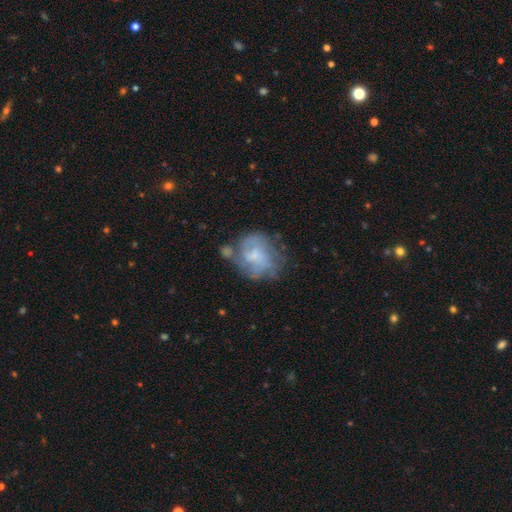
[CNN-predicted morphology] Smooth or featured?
  - featured or disk: 66% *
  - smooth: 25%
  - star or artifact: 9%
Edge-on disk?
  - no: 98% *
  - yes: 2%
Bar?
  - no: 59% *
  - weak: 36%
  - strong: 5%
Spiral arms?
  - yes: 71% *
  - no: 29%
Bulge size?
  - small: 41% *
  - moderate: 28%
  - none: 25%
  - large: 4%
  - dominant: 1%
Merging?
  - none: 48% *
  - minor disturbance: 23%
  - major disturbance: 19%
  - merger: 10%